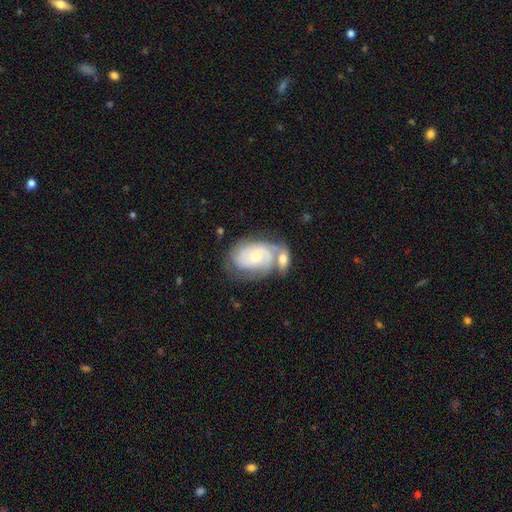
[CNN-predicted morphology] Smooth or featured?
  - featured or disk: 75% *
  - smooth: 19%
  - star or artifact: 7%
Edge-on disk?
  - no: 97% *
  - yes: 3%
Bar?
  - no: 60% *
  - weak: 33%
  - strong: 7%
Spiral arms?
  - yes: 92% *
  - no: 8%
Spiral winding?
  - tight: 55% *
  - medium: 34%
  - loose: 11%
Spiral arm count?
  - 2: 53% *
  - can't tell: 25%
  - 3: 11%
  - 1: 6%
  - 4: 3%
  - more than 4: 2%
Bulge size?
  - small: 54% *
  - moderate: 37%
  - none: 4%
  - large: 3%
  - dominant: 1%
Merging?
  - none: 40% *
  - merger: 35%
  - minor disturbance: 16%
  - major disturbance: 9%